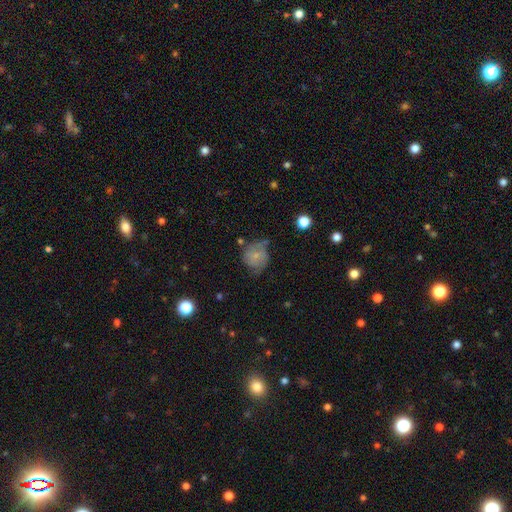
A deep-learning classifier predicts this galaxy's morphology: Q: Smooth or featured?
A: smooth (54%); runner-up: featured or disk (37%)
Q: How rounded?
A: round (77%); runner-up: in between (22%)
Q: Merging?
A: none (44%); runner-up: minor disturbance (32%)